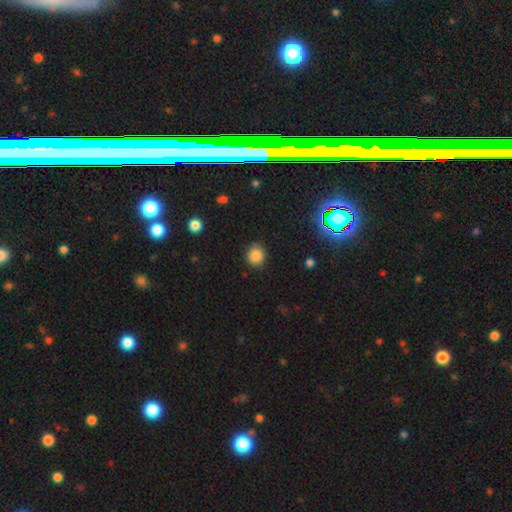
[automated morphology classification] smooth-or-featured: smooth: 85% | star or artifact: 11% | featured or disk: 4%
  how-rounded: round: 85% | in between: 14% | cigar-shaped: 1%
  merging: none: 87% | minor disturbance: 9% | major disturbance: 2% | merger: 1%